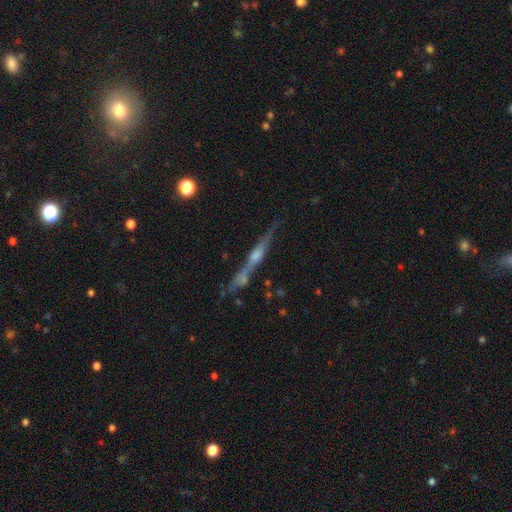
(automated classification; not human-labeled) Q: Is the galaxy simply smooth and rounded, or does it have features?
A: featured or disk — 76%.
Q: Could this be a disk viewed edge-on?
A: yes — 96%.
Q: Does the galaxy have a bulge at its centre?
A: rounded — 74%.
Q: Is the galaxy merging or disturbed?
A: none — 71%.